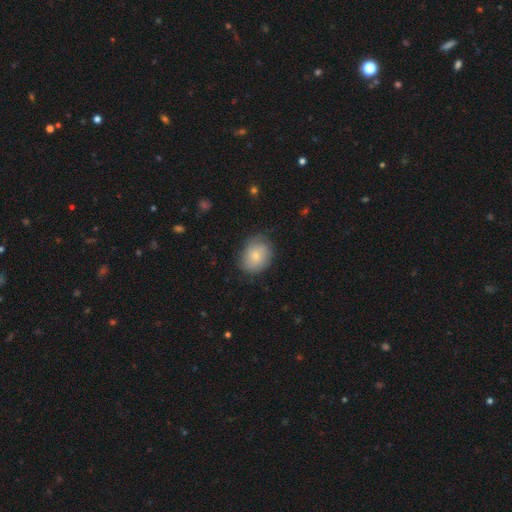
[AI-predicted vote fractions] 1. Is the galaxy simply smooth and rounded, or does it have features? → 73% smooth, 20% featured or disk, 7% star or artifact.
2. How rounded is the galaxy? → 52% round, 47% in between, 1% cigar-shaped.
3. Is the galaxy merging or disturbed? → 70% none, 23% minor disturbance, 6% major disturbance, 1% merger.